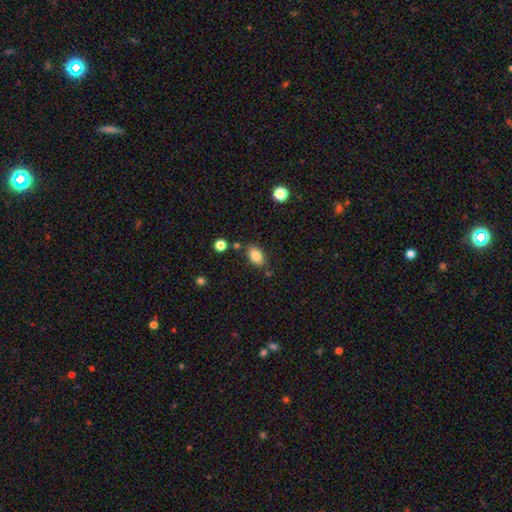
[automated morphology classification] Overall: smooth (83%). How rounded: in between (89%). Merging: none (79%).